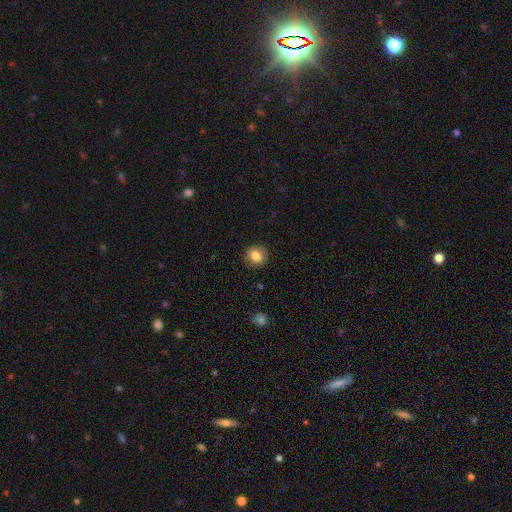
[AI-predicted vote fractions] Smooth or featured?
  - smooth: 84% *
  - star or artifact: 9%
  - featured or disk: 6%
How rounded?
  - round: 89% *
  - in between: 10%
  - cigar-shaped: 1%
Merging?
  - none: 90% *
  - minor disturbance: 7%
  - major disturbance: 2%
  - merger: 1%